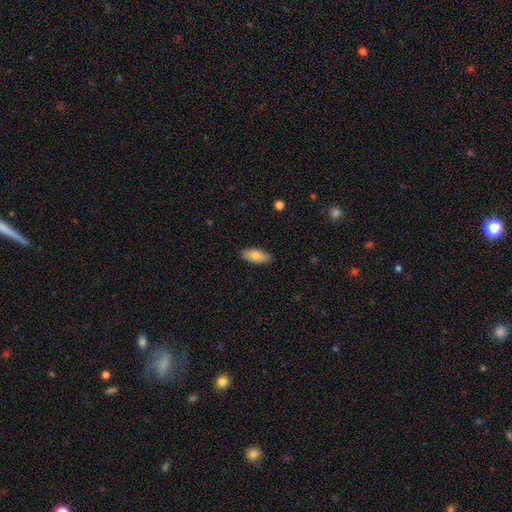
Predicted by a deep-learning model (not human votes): A smooth galaxy with no disk features (83%) that is in between round and cigar-shaped (84%). Merging: none (87%).